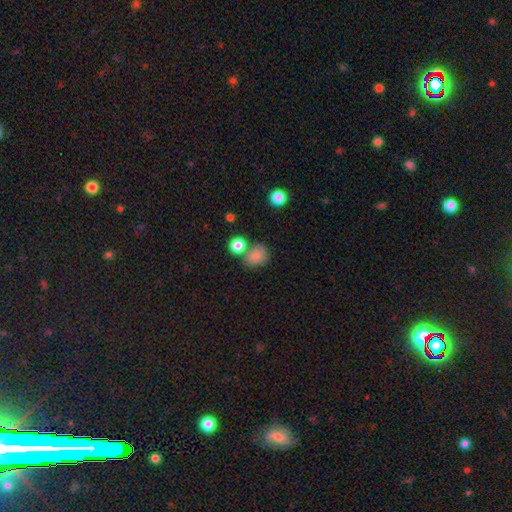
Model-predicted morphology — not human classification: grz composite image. It shows a smooth galaxy with no disk features (81%) that is round (61%). Merging: none (57%).